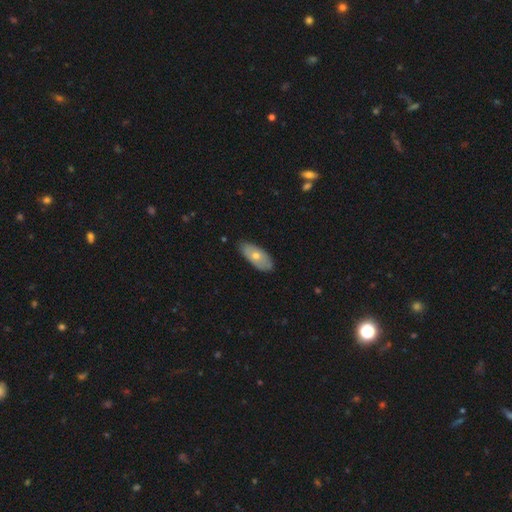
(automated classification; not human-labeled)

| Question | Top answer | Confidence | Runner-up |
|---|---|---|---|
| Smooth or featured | smooth | 58% | featured or disk (35%) |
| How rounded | in between | 87% | cigar-shaped (10%) |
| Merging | none | 82% | minor disturbance (14%) |